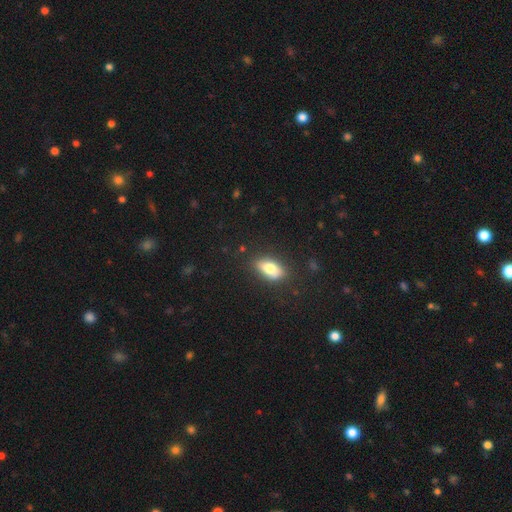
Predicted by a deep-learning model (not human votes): smooth_or_featured: smooth (p=0.71) [alt: star or artifact p=0.20]
how_rounded: in between (p=0.80) [alt: round p=0.15]
merging: none (p=0.87) [alt: minor disturbance p=0.09]